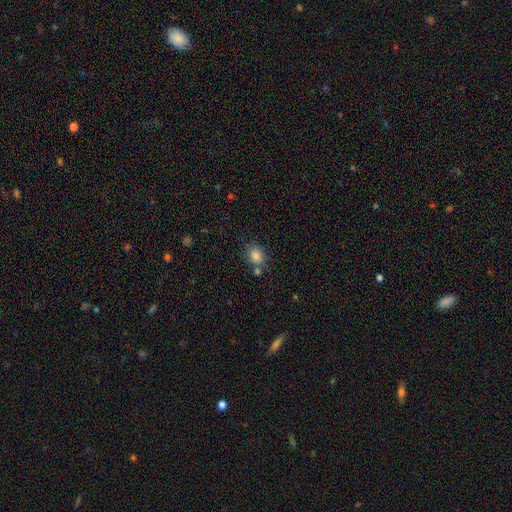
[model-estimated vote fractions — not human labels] Smooth or featured: smooth — 84% (star or artifact — 10%)
How rounded: round — 63% (in between — 35%)
Merging: none — 67% (merger — 14%)